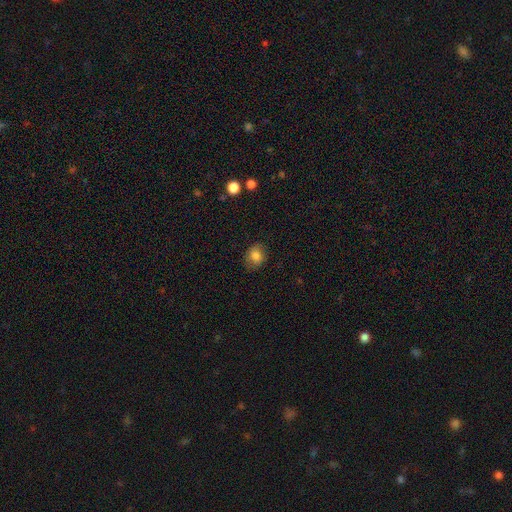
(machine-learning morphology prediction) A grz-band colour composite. It shows a smooth galaxy with no disk features (81%) that is round (54%). Merging: none (82%).